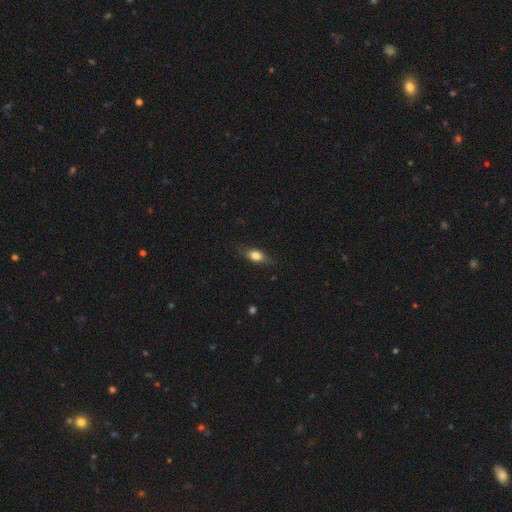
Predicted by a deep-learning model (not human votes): Q: Smooth or featured?
A: smooth (74%); runner-up: featured or disk (17%)
Q: How rounded?
A: in between (76%); runner-up: cigar-shaped (15%)
Q: Merging?
A: none (76%); runner-up: minor disturbance (18%)